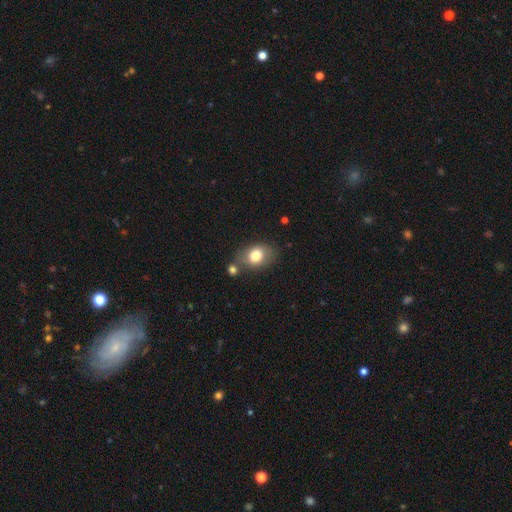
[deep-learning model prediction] This is likely a smooth galaxy (77%). How rounded: likely in between (70%). Merging: likely none (62%).